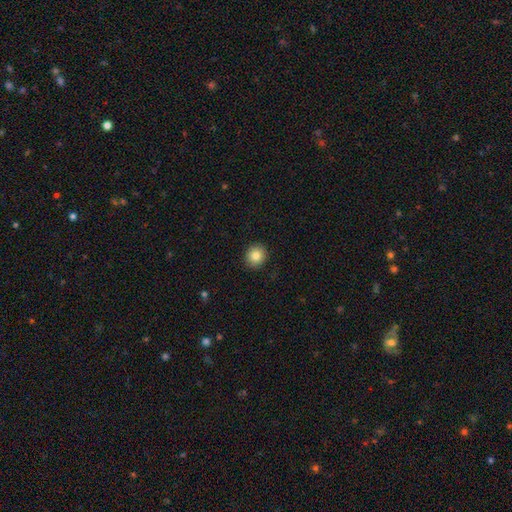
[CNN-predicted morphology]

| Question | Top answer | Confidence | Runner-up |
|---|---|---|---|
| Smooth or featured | smooth | 85% | star or artifact (9%) |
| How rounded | round | 85% | in between (14%) |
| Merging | none | 91% | minor disturbance (6%) |